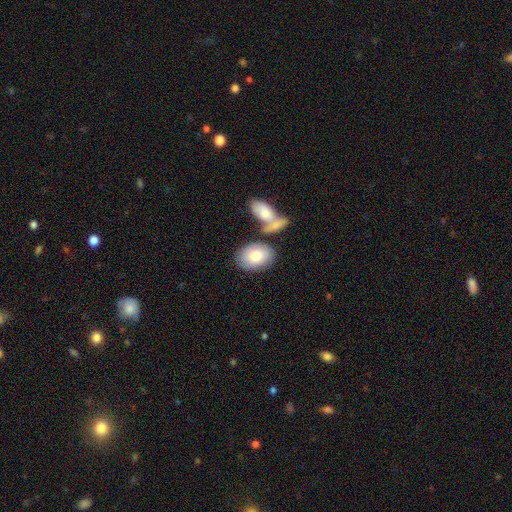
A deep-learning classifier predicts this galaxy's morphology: This is likely a smooth galaxy (76%). How rounded: clearly in between (84%). Merging: likely none (61%).